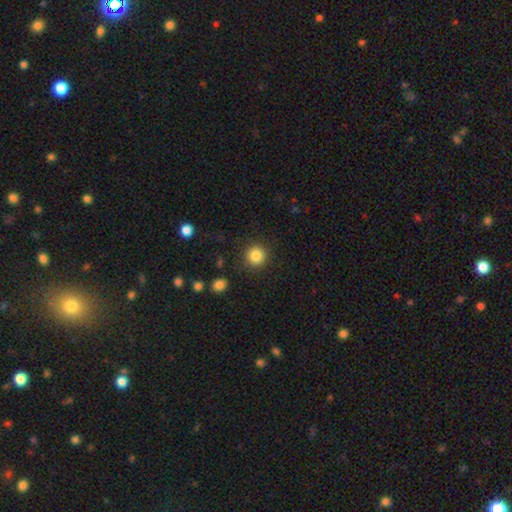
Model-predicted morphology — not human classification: This is clearly a smooth galaxy (85%). How rounded: clearly round (94%). Merging: clearly none (90%).